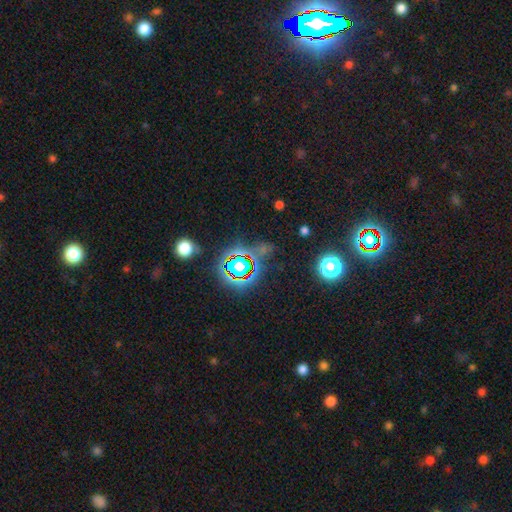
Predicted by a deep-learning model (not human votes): This appears to be a star or artifact, not a galaxy (80%).